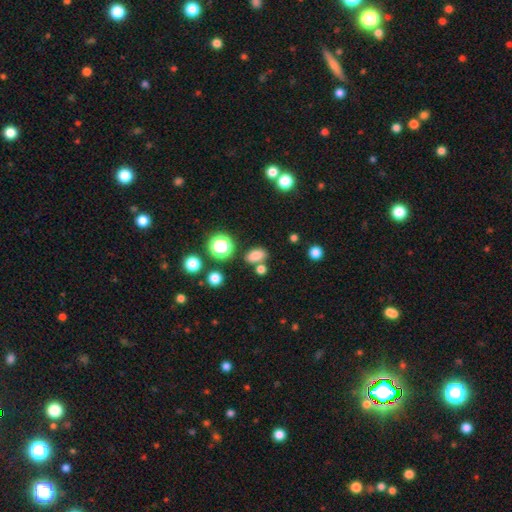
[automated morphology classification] Smooth or featured?
  - smooth: 78% *
  - star or artifact: 16%
  - featured or disk: 6%
How rounded?
  - in between: 82% *
  - round: 16%
  - cigar-shaped: 2%
Merging?
  - none: 72% *
  - merger: 13%
  - minor disturbance: 11%
  - major disturbance: 4%